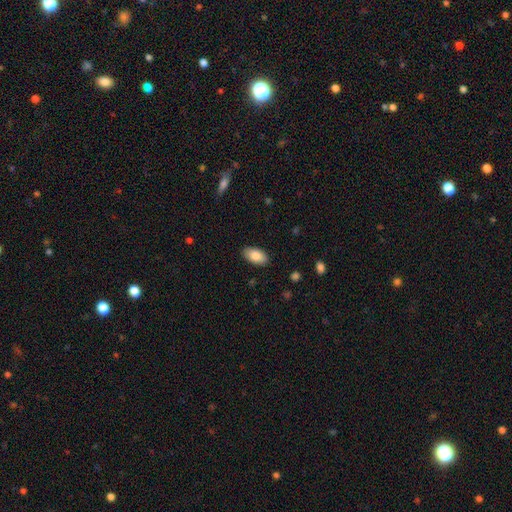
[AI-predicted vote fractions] Smooth or featured? smooth (86%)
How rounded? in between (94%)
Merging? none (87%)